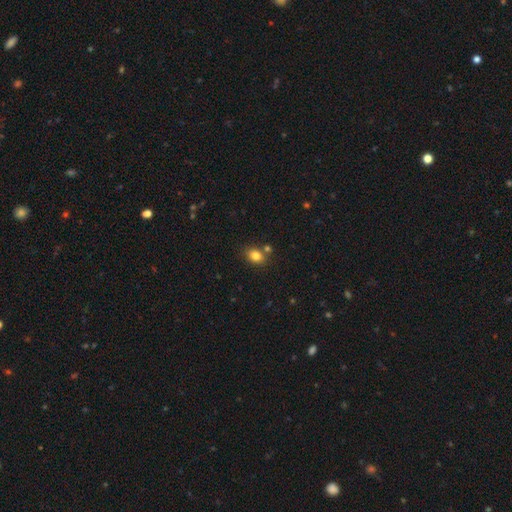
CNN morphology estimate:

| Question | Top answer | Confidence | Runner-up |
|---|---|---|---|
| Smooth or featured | smooth | 82% | star or artifact (11%) |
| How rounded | in between | 59% | round (40%) |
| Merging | none | 72% | merger (13%) |